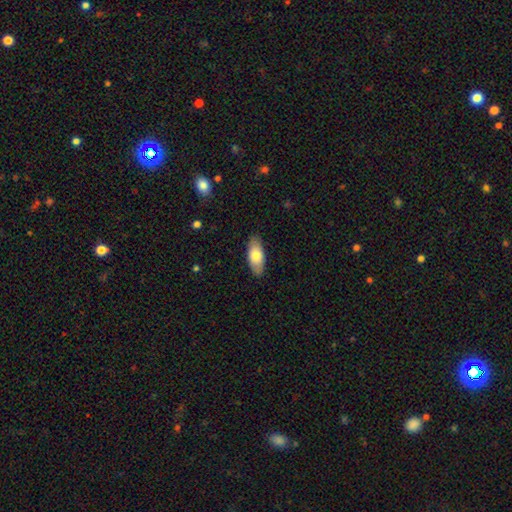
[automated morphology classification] Smooth or featured? smooth (76%)
How rounded? in between (84%)
Merging? none (86%)